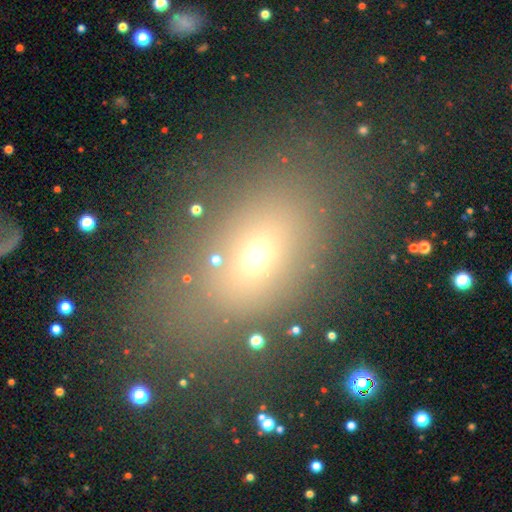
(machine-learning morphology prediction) This is likely a smooth galaxy (60%). How rounded: likely in between (74%). Merging: likely none (71%).